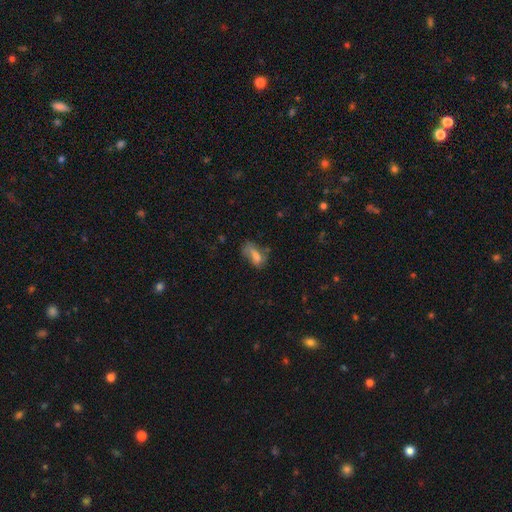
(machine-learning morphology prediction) smooth 61%, featured or disk 26%, star or artifact 13%. Down the decision tree: how rounded — in between (78%); merging — none (39%).